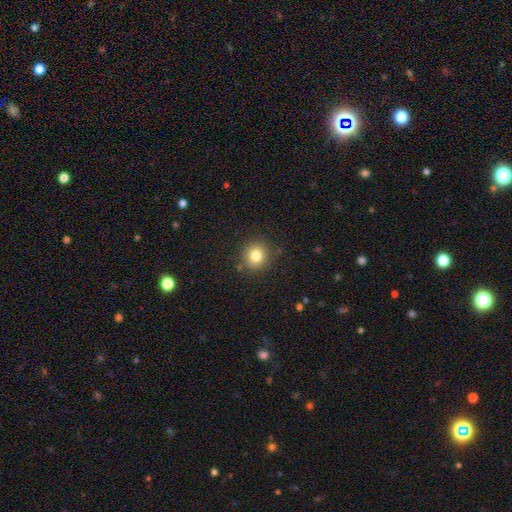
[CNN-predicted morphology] Smooth or featured? smooth (80%)
How rounded? round (88%)
Merging? none (87%)